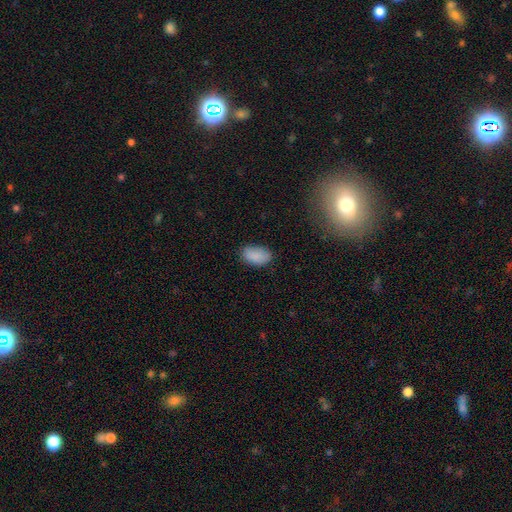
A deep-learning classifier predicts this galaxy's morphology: smooth 87%, star or artifact 8%, featured or disk 5%. Down the decision tree: how rounded — in between (92%); merging — none (75%).